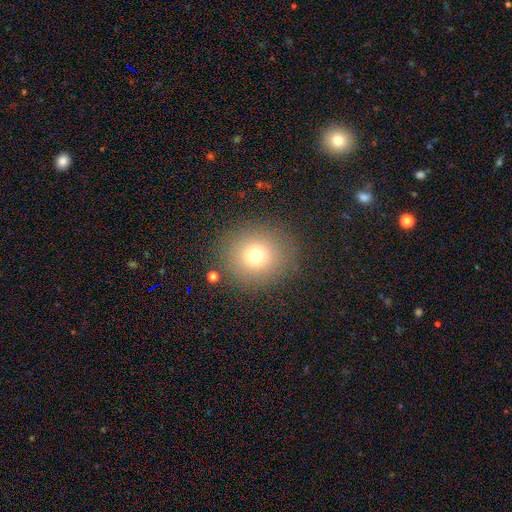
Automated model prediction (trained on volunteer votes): smooth 73%, star or artifact 17%, featured or disk 11%. Down the decision tree: how rounded — round (89%); merging — none (86%).